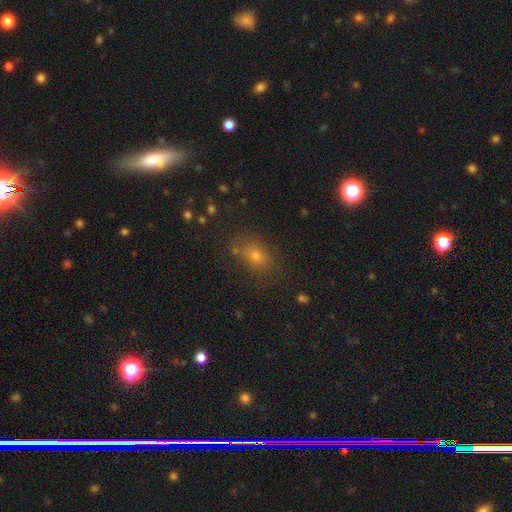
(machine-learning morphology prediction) smooth 65%, star or artifact 23%, featured or disk 12%. Down the decision tree: how rounded — in between (56%); merging — none (74%).